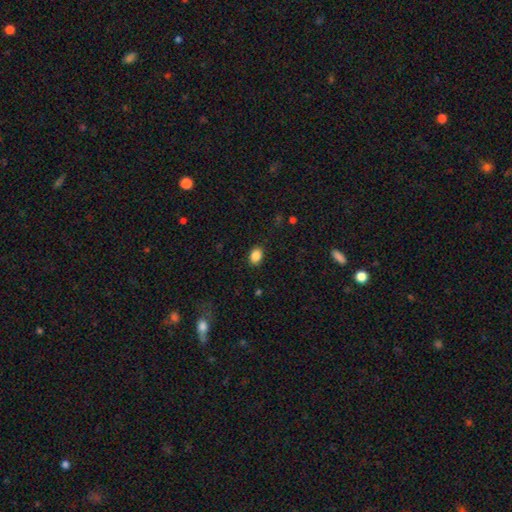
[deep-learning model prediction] smooth_or_featured: smooth (p=0.87) [alt: star or artifact p=0.09]
how_rounded: in between (p=0.74) [alt: round p=0.25]
merging: none (p=0.88) [alt: minor disturbance p=0.09]